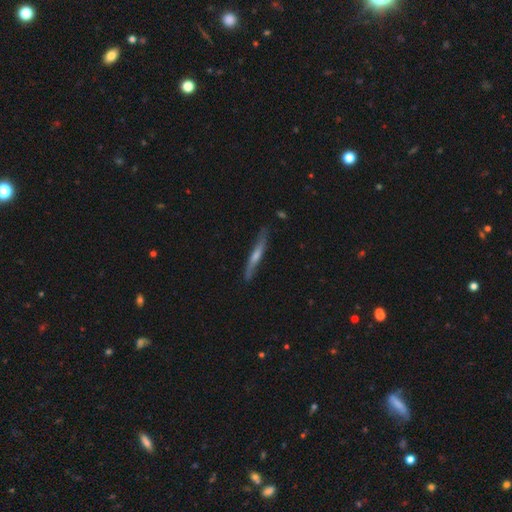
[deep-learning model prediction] Smooth or featured?
  - featured or disk: 56% *
  - smooth: 38%
  - star or artifact: 6%
Edge-on disk?
  - yes: 88% *
  - no: 12%
Merging?
  - none: 79% *
  - minor disturbance: 16%
  - major disturbance: 3%
  - merger: 2%